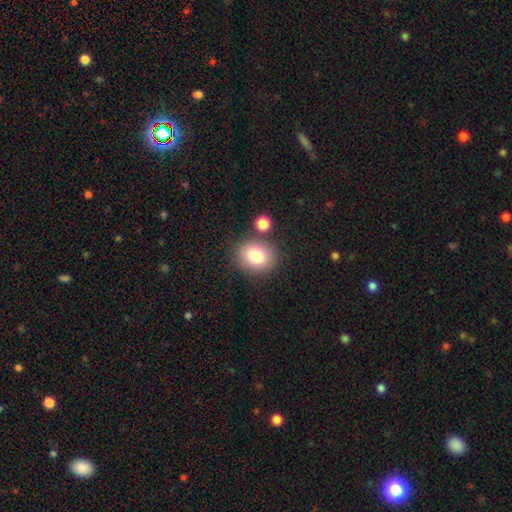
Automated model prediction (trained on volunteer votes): Morphology: type=smooth (81%); roundness=round (72%); merging=none (76%).